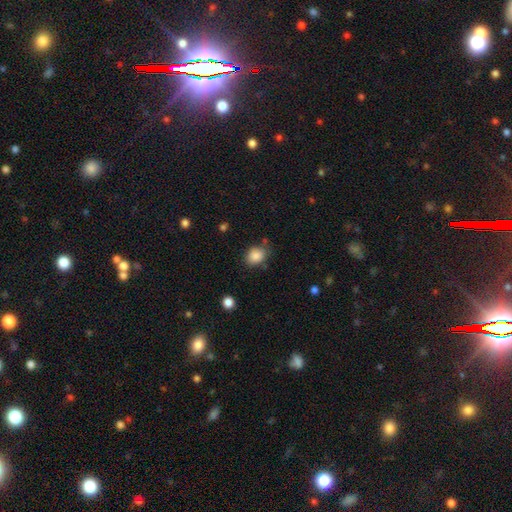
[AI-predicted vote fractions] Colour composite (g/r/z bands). It shows a smooth galaxy with no disk features (86%) that is round (50%). Merging: none (73%).